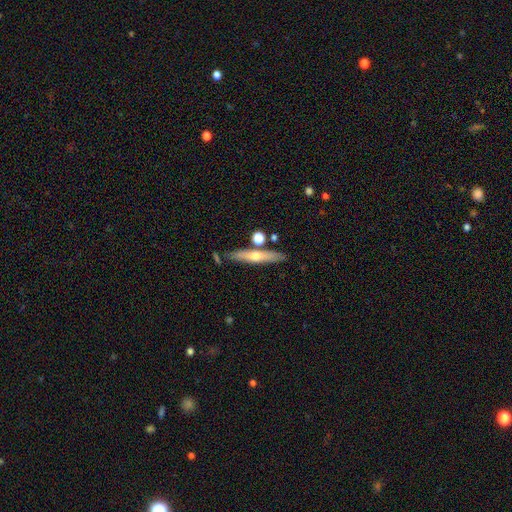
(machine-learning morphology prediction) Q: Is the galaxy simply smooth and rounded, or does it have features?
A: featured or disk — 51%.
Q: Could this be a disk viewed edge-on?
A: yes — 91%.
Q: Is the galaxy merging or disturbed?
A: none — 81%.